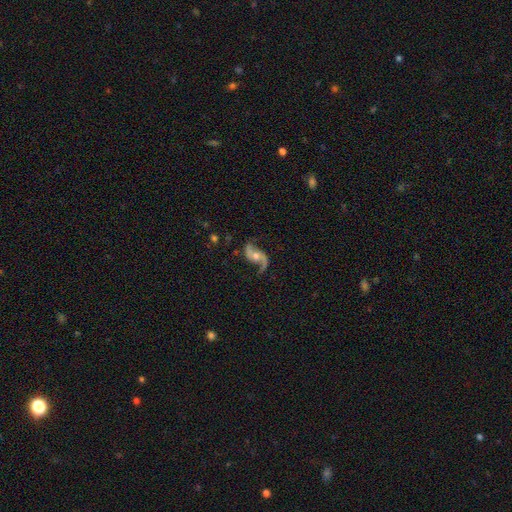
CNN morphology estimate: Overall: featured or disk (88%). Edge-on disk: no (97%). Bar: no (61%; weak 28%). Spiral arms: yes (96%). Spiral arm count: 2 (91%). Spiral winding: loose (69%). Bulge size: moderate (65%; small 26%). Merging: none (71%).